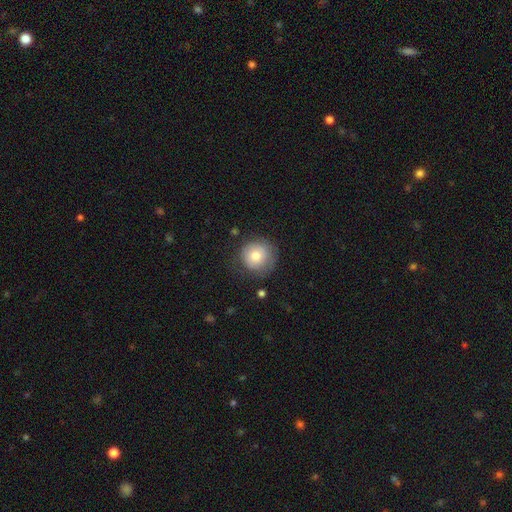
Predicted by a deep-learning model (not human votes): Smooth or featured? Predicted: smooth (p=0.77). How rounded? Predicted: round (p=0.93). Merging? Predicted: none (p=0.71).